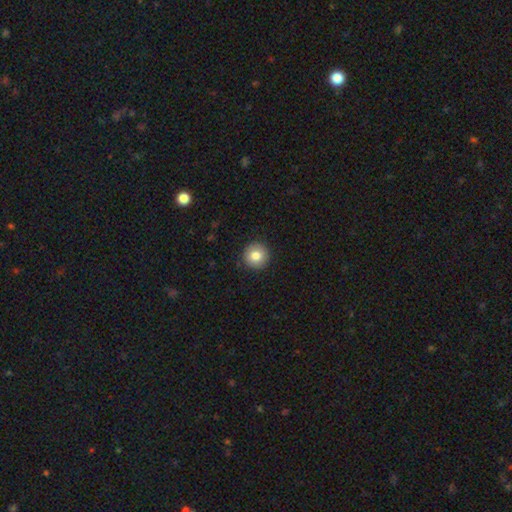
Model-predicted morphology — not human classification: This is clearly a smooth galaxy (81%). How rounded: clearly round (96%). Merging: clearly none (92%).